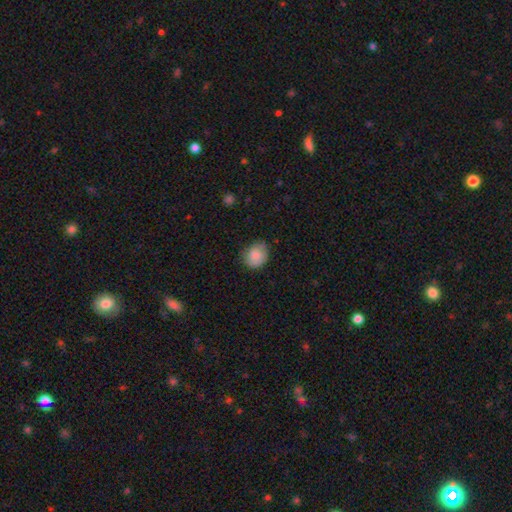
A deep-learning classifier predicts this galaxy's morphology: smooth_or_featured: smooth (p=0.83) [alt: featured or disk p=0.10]
how_rounded: round (p=0.62) [alt: in between p=0.37]
merging: none (p=0.69) [alt: minor disturbance p=0.25]